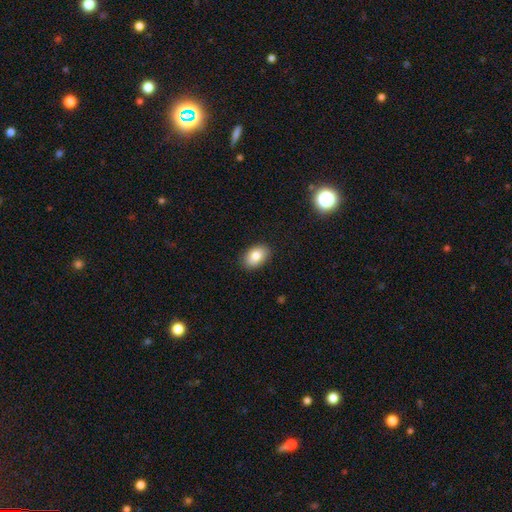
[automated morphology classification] This appears to be a smooth galaxy with no disk features (83%) that is in between round and cigar-shaped (87%). Merging: none (88%).